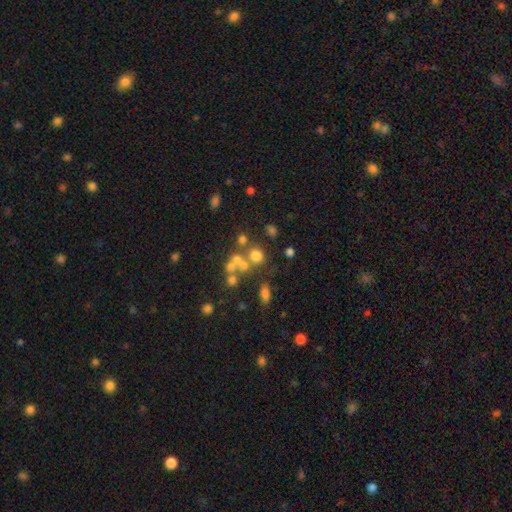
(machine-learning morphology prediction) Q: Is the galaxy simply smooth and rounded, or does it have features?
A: star or artifact — 52%.